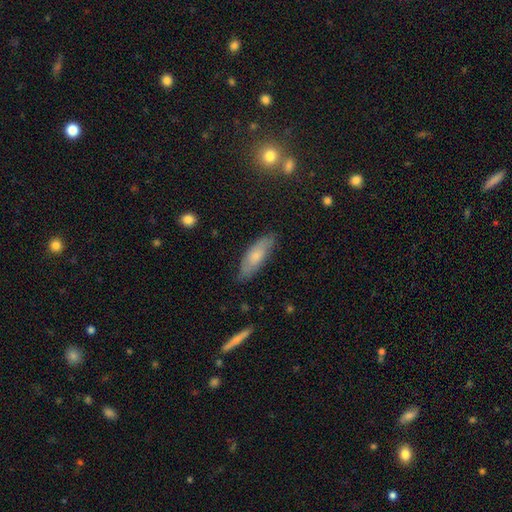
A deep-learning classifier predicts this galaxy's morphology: A smooth galaxy with no disk features (66%) that is in between round and cigar-shaped (58%). Merging: none (78%).